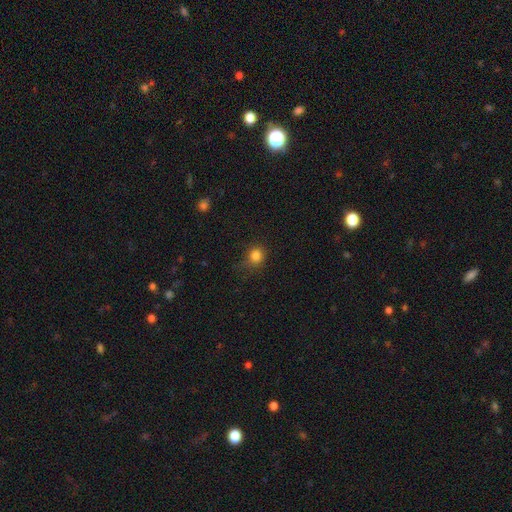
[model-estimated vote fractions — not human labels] Smooth or featured? Predicted: smooth (p=0.82). How rounded? Predicted: round (p=0.80). Merging? Predicted: none (p=0.72).